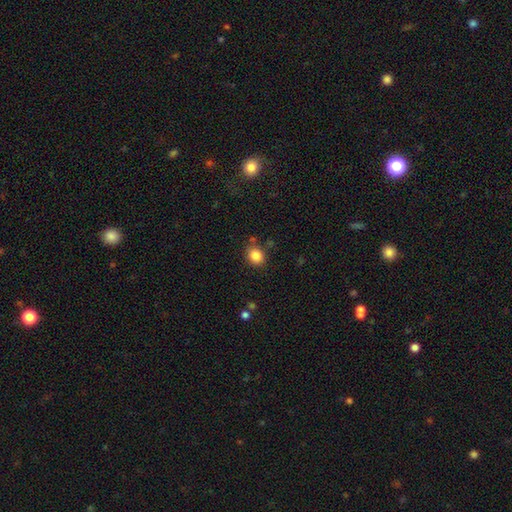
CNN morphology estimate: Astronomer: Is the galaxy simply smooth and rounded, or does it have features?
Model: smooth — 85%.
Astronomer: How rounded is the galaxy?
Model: round — 66%.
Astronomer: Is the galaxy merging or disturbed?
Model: none — 80%.